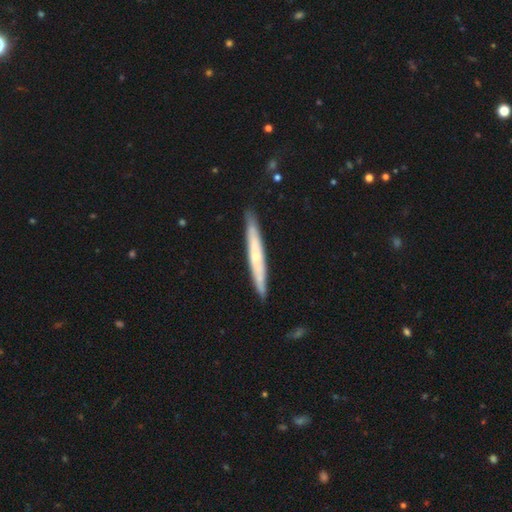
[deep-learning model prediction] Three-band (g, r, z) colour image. It shows a featured or disk galaxy (56%) viewed edge-on (89%). Merging: none (88%).